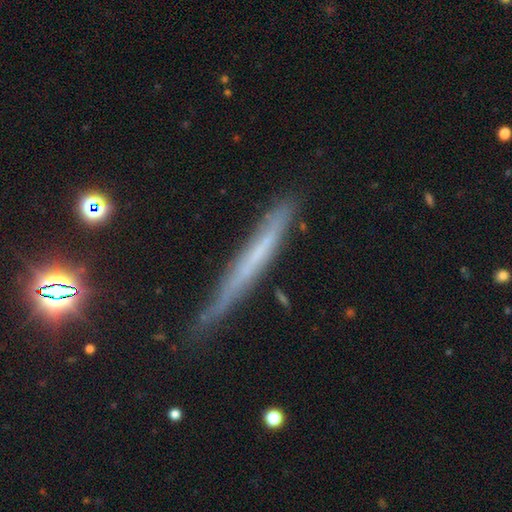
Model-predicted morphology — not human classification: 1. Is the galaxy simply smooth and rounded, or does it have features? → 50% featured or disk, 40% smooth, 10% star or artifact.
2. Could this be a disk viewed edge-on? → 91% yes, 9% no.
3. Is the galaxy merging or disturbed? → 69% none, 24% minor disturbance, 5% major disturbance, 2% merger.